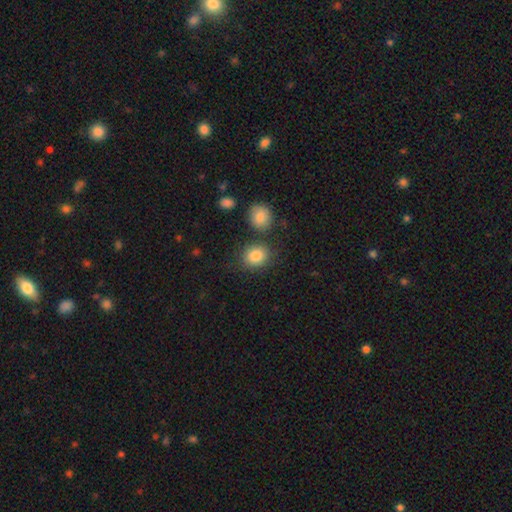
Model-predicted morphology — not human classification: Smooth or featured? smooth (85%)
How rounded? round (66%)
Merging? none (75%)